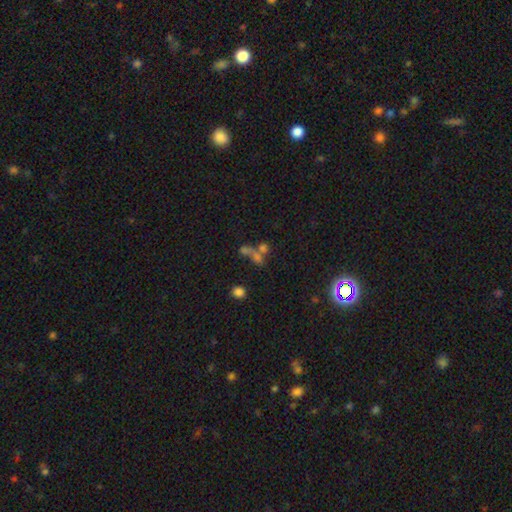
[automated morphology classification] type=star or artifact (42%).